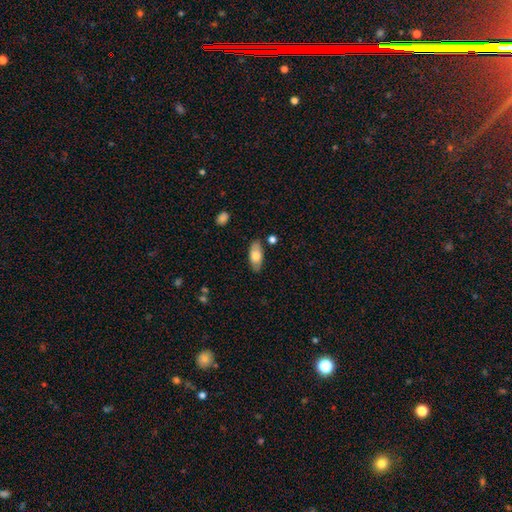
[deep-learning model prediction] This is likely a smooth galaxy (73%). How rounded: clearly in between (88%). Merging: clearly none (82%).